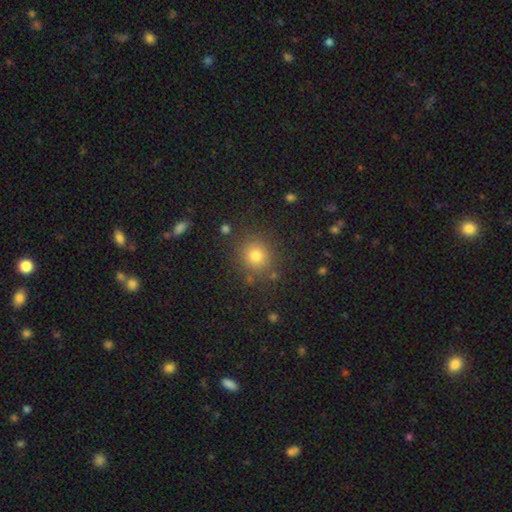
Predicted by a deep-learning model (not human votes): Overall: smooth (79%). How rounded: round (90%). Merging: none (86%).